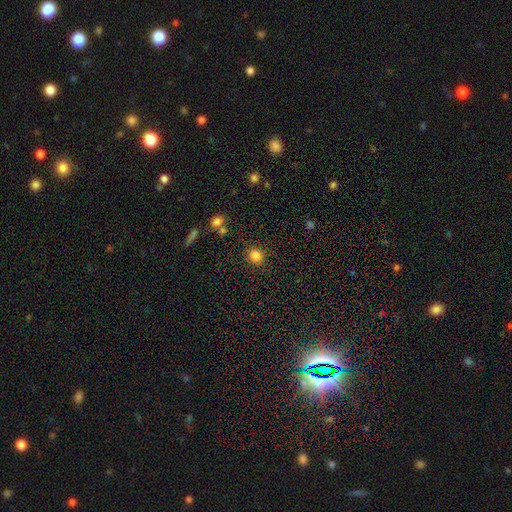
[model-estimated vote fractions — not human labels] Q: Smooth or featured?
A: smooth (83%); runner-up: star or artifact (12%)
Q: How rounded?
A: round (83%); runner-up: in between (16%)
Q: Merging?
A: none (88%); runner-up: minor disturbance (7%)